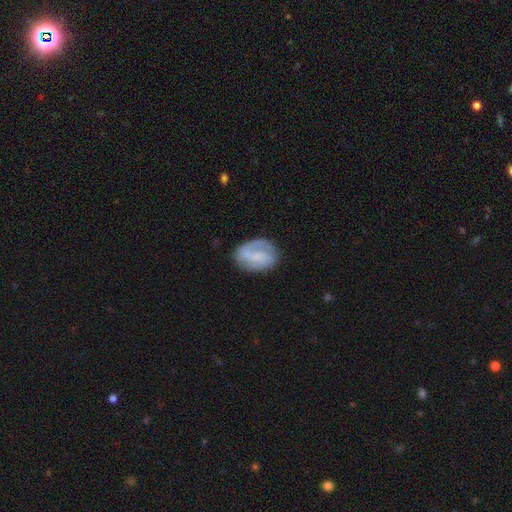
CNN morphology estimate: This appears to be a featured or disk galaxy (63%) with a weak bar (43%), 2 (65%) medium (41%) spiral arms (87%) and no central bulge (46%). Merging: none (71%).